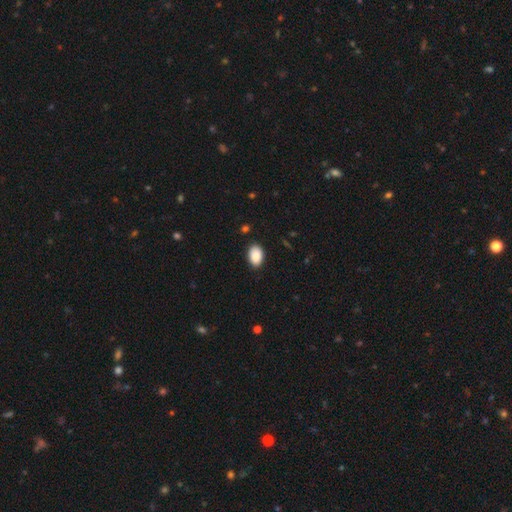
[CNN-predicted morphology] Smooth or featured: smooth — 90% (star or artifact — 7%)
How rounded: in between — 88% (round — 11%)
Merging: none — 87% (minor disturbance — 10%)